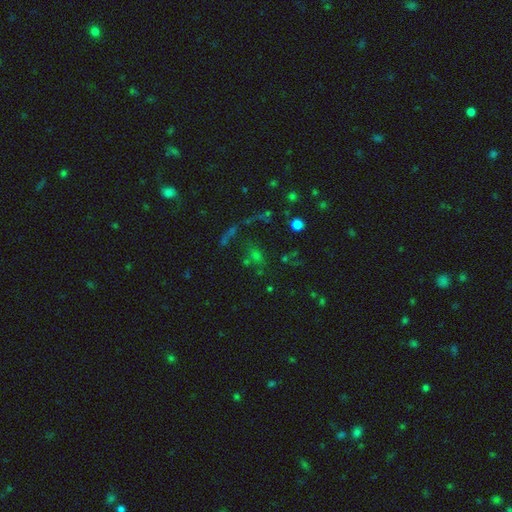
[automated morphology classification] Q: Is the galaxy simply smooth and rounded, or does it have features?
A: star or artifact — 53%.